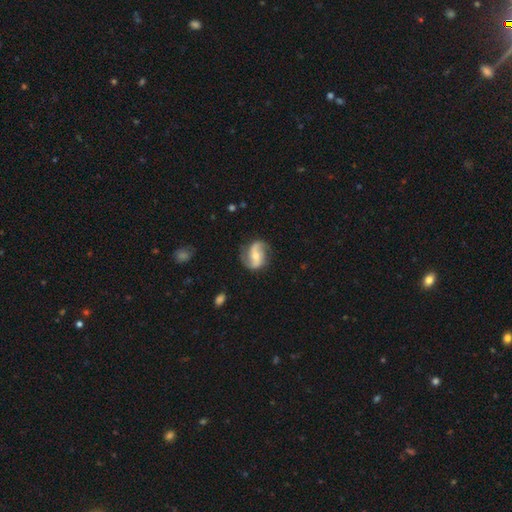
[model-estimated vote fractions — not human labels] featured or disk 84%, smooth 11%, star or artifact 5%. Down the decision tree: edge-on disk — no (97%); bar — weak (37%); spiral arms — yes (96%); spiral arm count — 2 (91%); spiral winding — loose (49%); bulge size — moderate (54%); merging — none (79%).